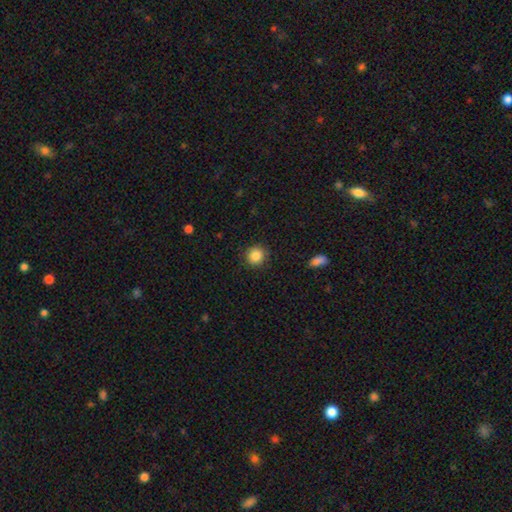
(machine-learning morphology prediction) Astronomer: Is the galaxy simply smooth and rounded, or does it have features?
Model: smooth — 87%.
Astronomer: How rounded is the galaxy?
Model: round — 89%.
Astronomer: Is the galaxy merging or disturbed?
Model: none — 89%.